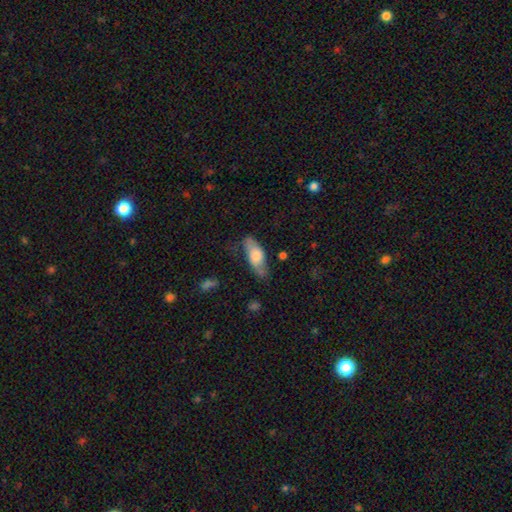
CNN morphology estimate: This is likely a smooth galaxy (64%). How rounded: likely in between (75%). Merging: possibly none (59%).